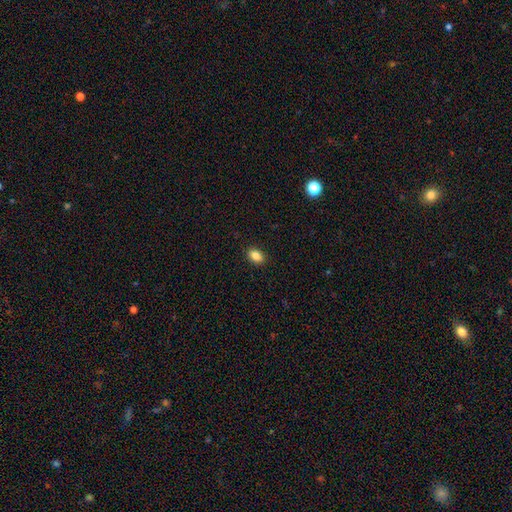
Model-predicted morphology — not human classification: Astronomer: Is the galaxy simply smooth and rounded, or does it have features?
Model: smooth — 85%.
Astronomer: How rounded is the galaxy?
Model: in between — 84%.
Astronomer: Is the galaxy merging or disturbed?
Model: none — 90%.